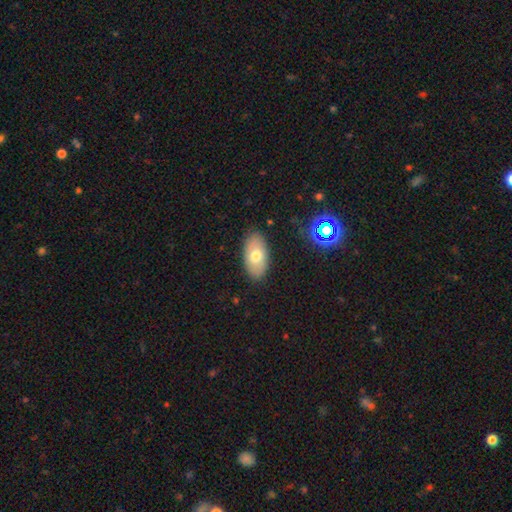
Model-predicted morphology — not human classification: Smooth or featured? smooth (68%)
How rounded? in between (93%)
Merging? none (86%)